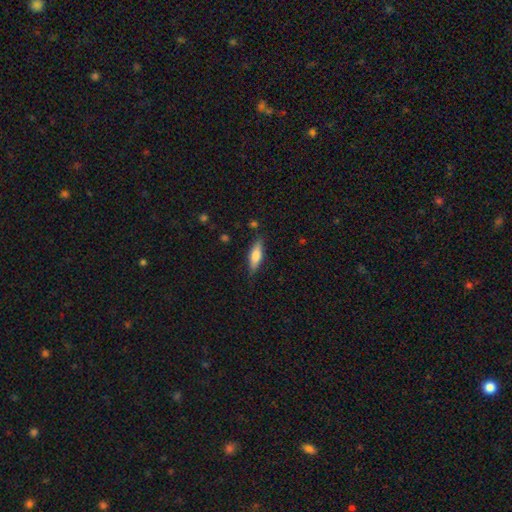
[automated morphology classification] Smooth or featured? Predicted: smooth (p=0.67). How rounded? Predicted: in between (p=0.52). Merging? Predicted: none (p=0.81).